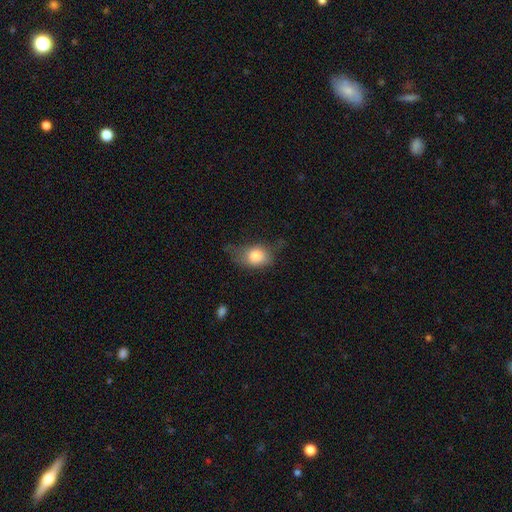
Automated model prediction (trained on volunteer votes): smooth 78%, featured or disk 13%, star or artifact 8%. Down the decision tree: how rounded — in between (65%); merging — none (39%).